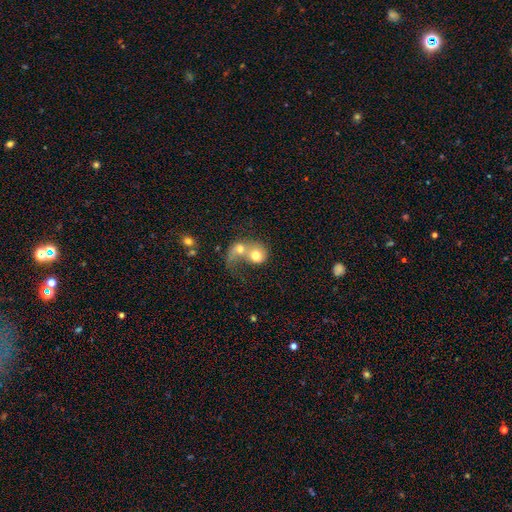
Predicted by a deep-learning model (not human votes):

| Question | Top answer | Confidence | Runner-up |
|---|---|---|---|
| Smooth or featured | smooth | 63% | featured or disk (28%) |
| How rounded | round | 71% | in between (27%) |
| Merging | merger | 76% | none (10%) |